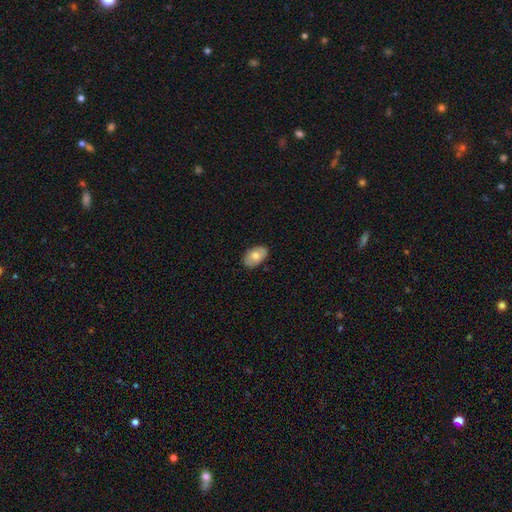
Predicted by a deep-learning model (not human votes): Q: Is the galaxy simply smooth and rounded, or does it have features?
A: smooth — 77%.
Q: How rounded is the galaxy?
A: in between — 93%.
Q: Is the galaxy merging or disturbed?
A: none — 85%.